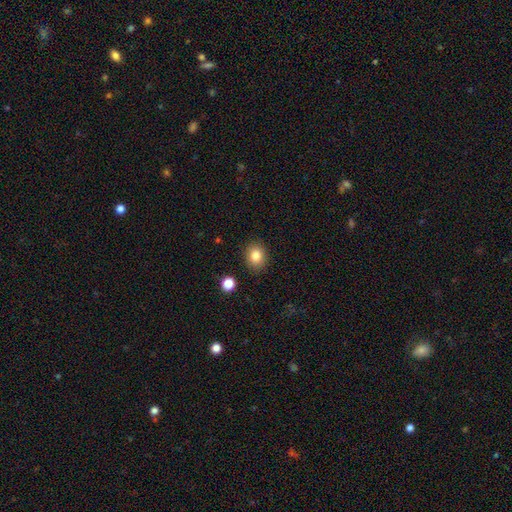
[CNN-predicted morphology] A smooth galaxy with no disk features (83%) that is round (61%). Merging: none (88%).